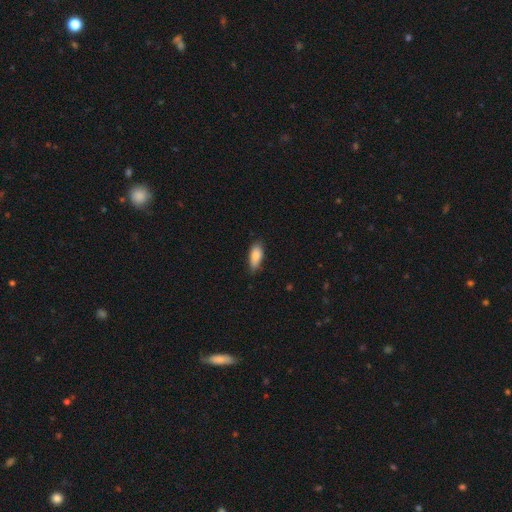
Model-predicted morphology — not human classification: Smooth or featured? Predicted: smooth (p=0.83). How rounded? Predicted: in between (p=0.81). Merging? Predicted: none (p=0.72).